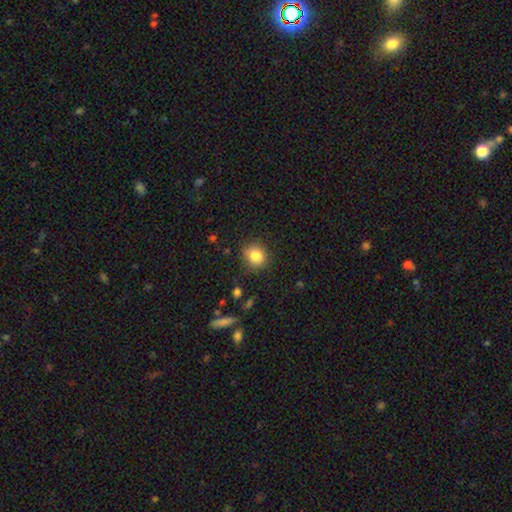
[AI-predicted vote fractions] Smooth or featured: smooth — 83% (star or artifact — 10%)
How rounded: round — 80% (in between — 19%)
Merging: none — 84% (minor disturbance — 12%)